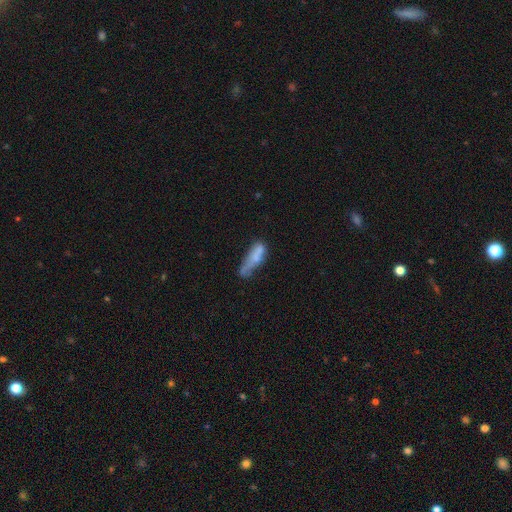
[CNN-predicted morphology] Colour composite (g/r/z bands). It shows a smooth galaxy with no disk features (64%) that is in between round and cigar-shaped (51%). Merging: minor disturbance (30%, tied with none).